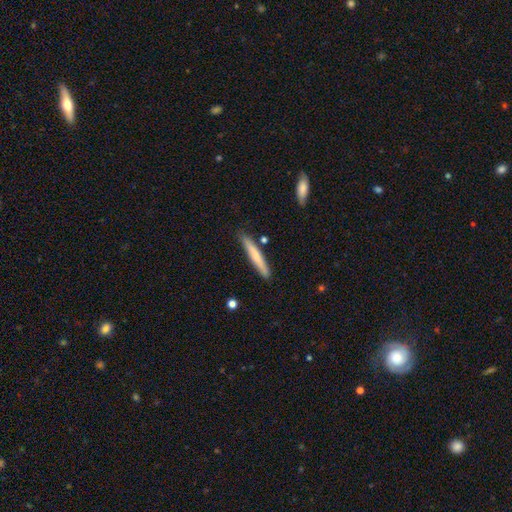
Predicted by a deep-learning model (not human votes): This is likely a smooth galaxy (69%). How rounded: clearly cigar-shaped (95%). Merging: clearly none (85%).